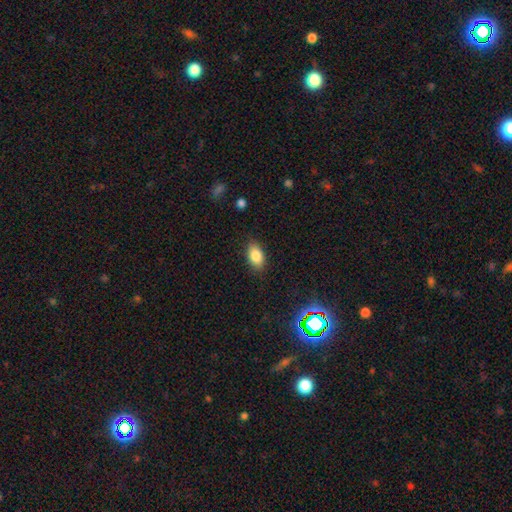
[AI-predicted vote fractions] Q: Smooth or featured?
A: smooth (85%); runner-up: star or artifact (9%)
Q: How rounded?
A: in between (90%); runner-up: round (7%)
Q: Merging?
A: none (85%); runner-up: minor disturbance (11%)